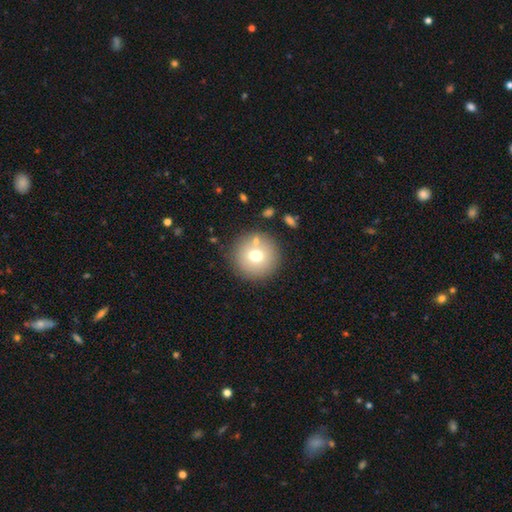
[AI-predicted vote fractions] Smooth or featured?
  - smooth: 71% *
  - featured or disk: 17%
  - star or artifact: 12%
How rounded?
  - round: 95% *
  - in between: 4%
  - cigar-shaped: 1%
Merging?
  - none: 83% *
  - minor disturbance: 8%
  - merger: 6%
  - major disturbance: 3%